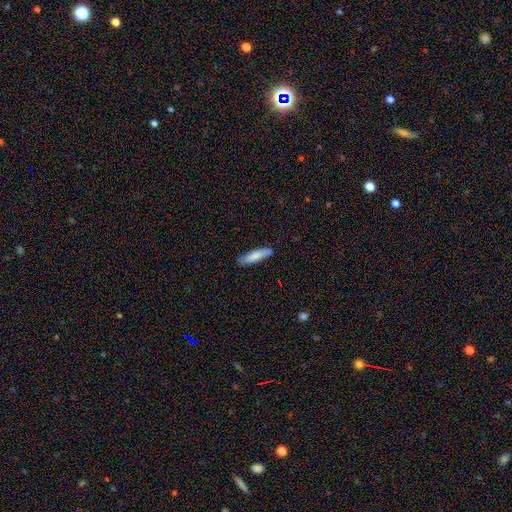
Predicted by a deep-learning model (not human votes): smooth_or_featured: smooth (p=0.77) [alt: featured or disk p=0.18]
how_rounded: cigar-shaped (p=0.74) [alt: in between p=0.24]
merging: none (p=0.82) [alt: minor disturbance p=0.14]